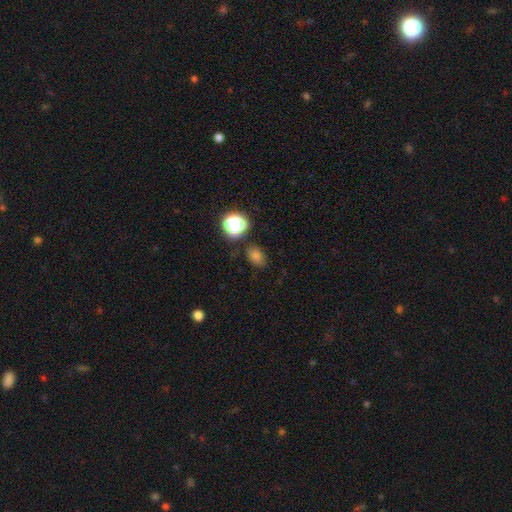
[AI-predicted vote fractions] The model was most divided on "how rounded": in between: 55%, round: 44%, cigar-shaped: 1%. More confident: merging — none (82%); smooth or featured — smooth (71%).